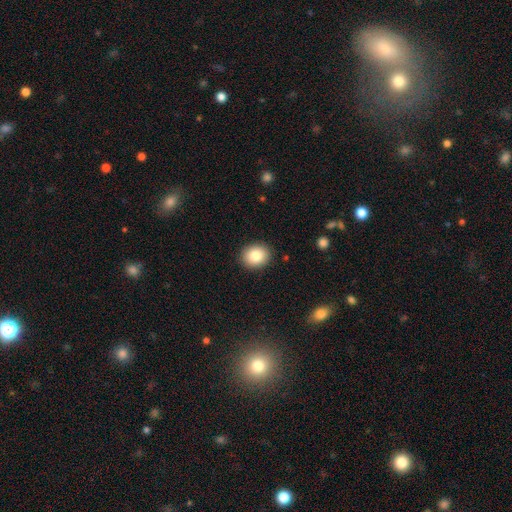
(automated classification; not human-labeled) This appears to be a smooth galaxy with no disk features (84%) that is round (66%). Merging: none (90%).